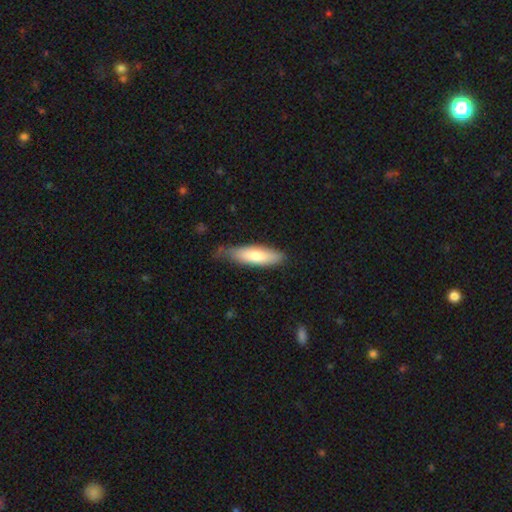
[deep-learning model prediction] This is likely a smooth galaxy (76%). How rounded: possibly cigar-shaped (54%). Merging: likely none (62%).